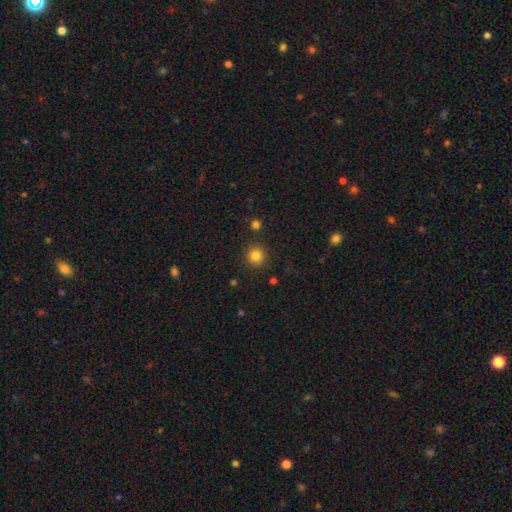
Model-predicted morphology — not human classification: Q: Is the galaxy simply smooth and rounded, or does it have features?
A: smooth — 84%.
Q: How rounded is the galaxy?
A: round — 92%.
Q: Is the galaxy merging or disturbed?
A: none — 88%.